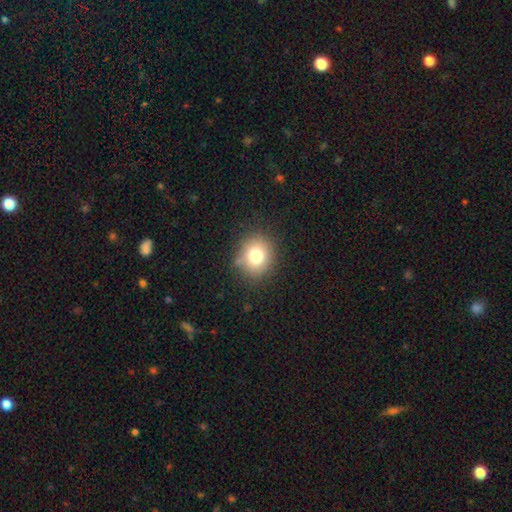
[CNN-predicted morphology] Smooth or featured? Predicted: smooth (p=0.77). How rounded? Predicted: round (p=0.73). Merging? Predicted: none (p=0.82).